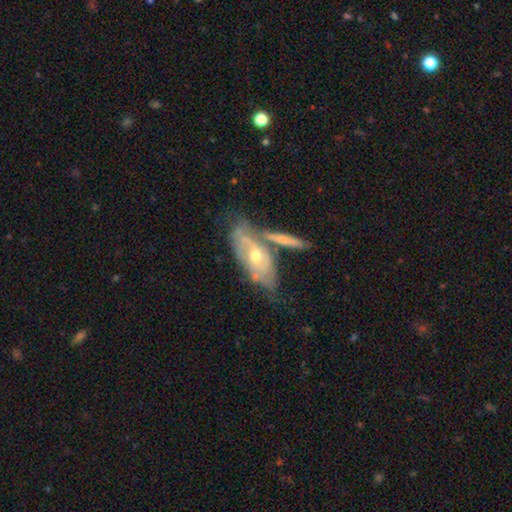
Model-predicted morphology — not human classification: A featured or disk galaxy (70%) with no bar (72%), spiral arms (67%) and a moderate central bulge (55%).

Vote fractions:
- Smooth or featured? featured or disk: 70% / smooth: 24% / star or artifact: 6%
- Edge-on disk? no: 83% / yes: 17%
- Bar? no: 72% / weak: 22% / strong: 6%
- Spiral arms? yes: 67% / no: 33%
- Bulge size? moderate: 55% / small: 41% / large: 2% / none: 1% / dominant: 1%
- Merging? none: 43% / merger: 29% / minor disturbance: 19% / major disturbance: 9%